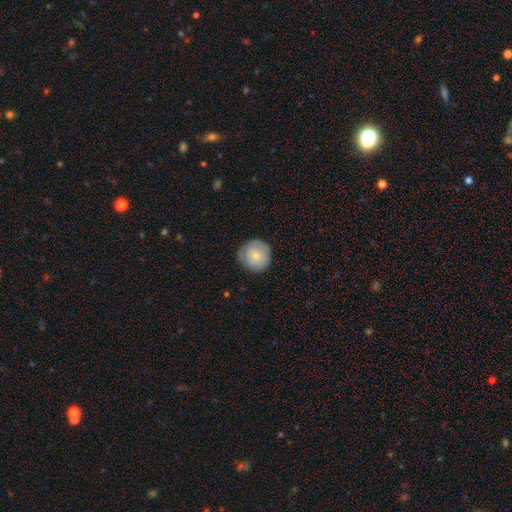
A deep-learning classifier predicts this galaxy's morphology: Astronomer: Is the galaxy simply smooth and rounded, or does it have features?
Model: smooth — 80%.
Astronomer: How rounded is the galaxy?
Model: round — 94%.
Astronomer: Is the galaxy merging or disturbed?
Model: none — 82%.